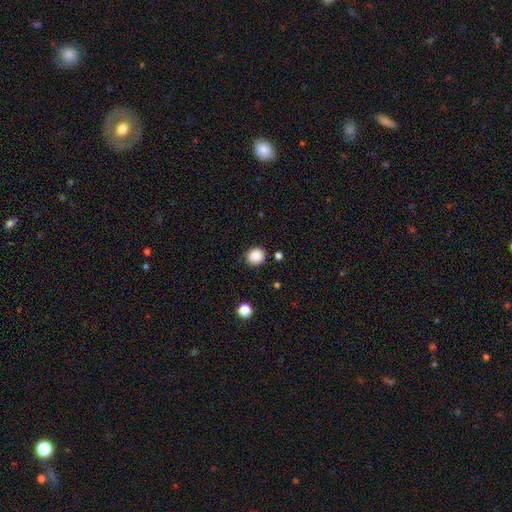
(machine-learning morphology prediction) type=smooth (88%); roundness=round (83%); merging=none (86%).